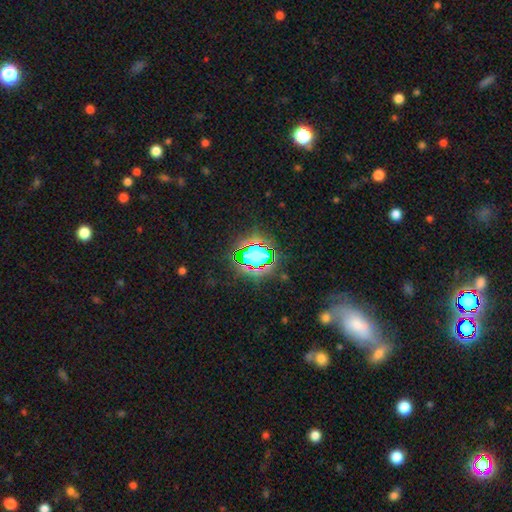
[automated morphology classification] Overall: star or artifact (66%).